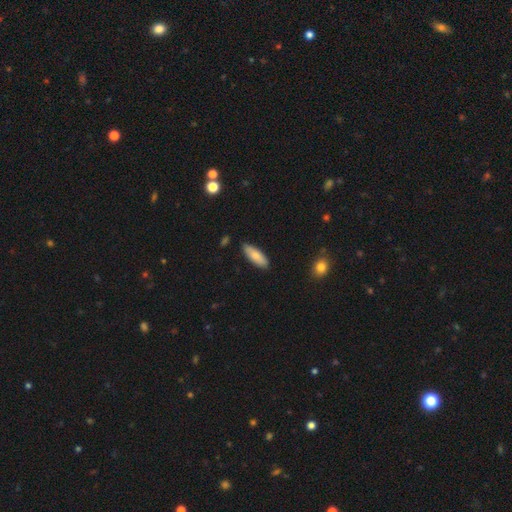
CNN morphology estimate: smooth_or_featured: smooth (p=0.78) [alt: featured or disk p=0.17]
how_rounded: in between (p=0.65) [alt: cigar-shaped p=0.33]
merging: none (p=0.85) [alt: minor disturbance p=0.11]